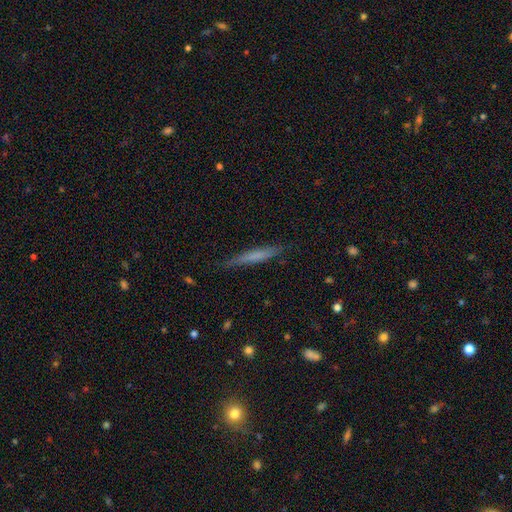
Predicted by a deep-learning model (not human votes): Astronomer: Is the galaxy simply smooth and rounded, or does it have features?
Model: smooth — 58% (runner-up: featured or disk, 35%).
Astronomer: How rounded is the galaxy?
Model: cigar-shaped — 95%.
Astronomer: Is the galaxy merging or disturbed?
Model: none — 83%.